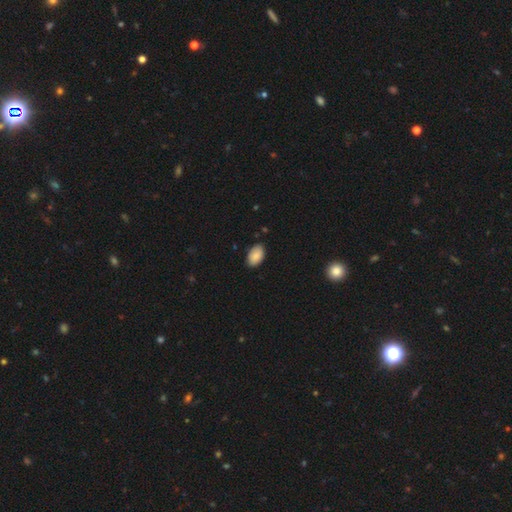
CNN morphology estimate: A smooth galaxy with no disk features (88%) that is in between round and cigar-shaped (93%). Merging: none (85%).